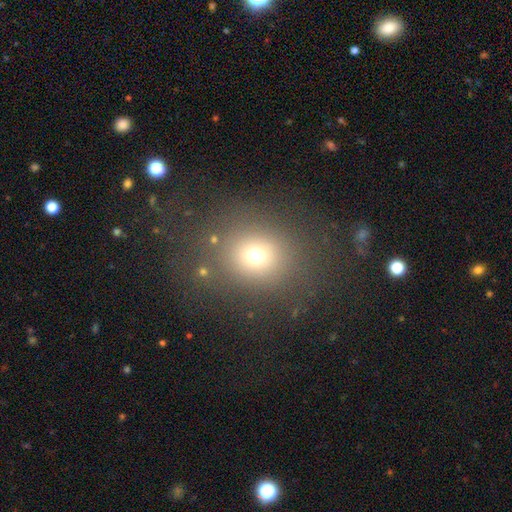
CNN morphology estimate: smooth 69%, star or artifact 20%, featured or disk 11%. Down the decision tree: how rounded — round (76%); merging — none (79%).